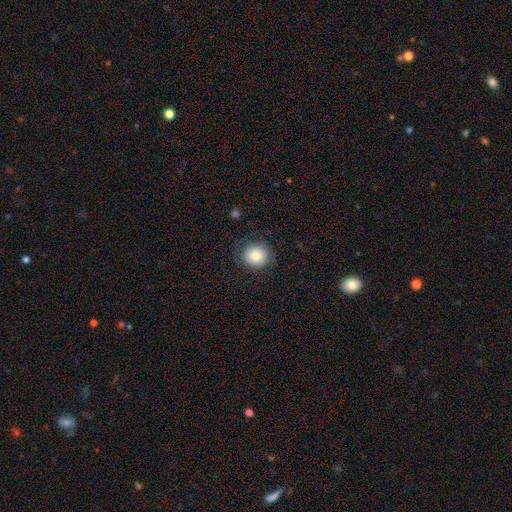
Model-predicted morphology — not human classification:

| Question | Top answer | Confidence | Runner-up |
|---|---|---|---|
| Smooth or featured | smooth | 79% | featured or disk (11%) |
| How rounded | round | 89% | in between (10%) |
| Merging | none | 83% | minor disturbance (12%) |